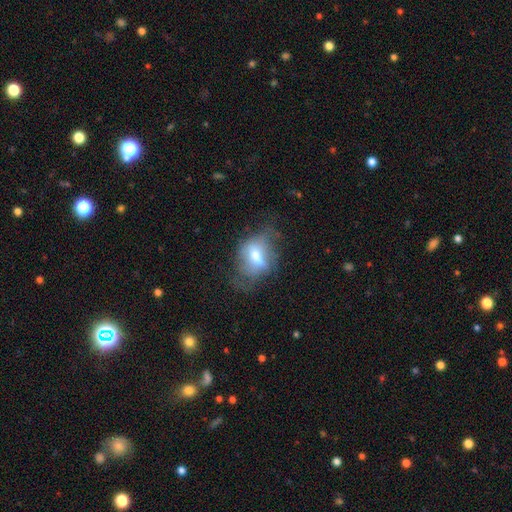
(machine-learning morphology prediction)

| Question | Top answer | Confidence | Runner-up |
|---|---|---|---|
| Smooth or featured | smooth | 46% | featured or disk (44%) |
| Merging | none | 41% | major disturbance (29%) |